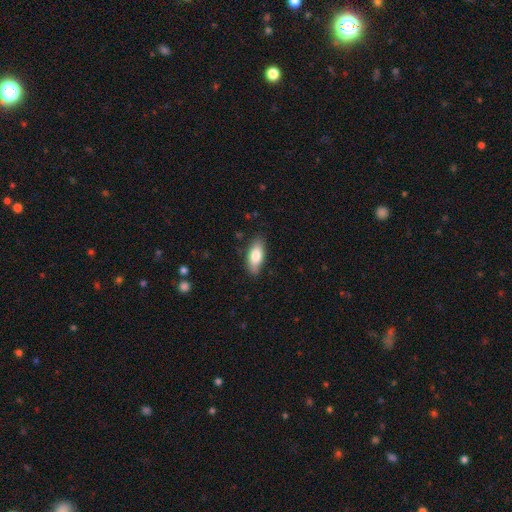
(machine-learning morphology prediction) smooth-or-featured: smooth: 78% | featured or disk: 15% | star or artifact: 6%
  how-rounded: in between: 82% | cigar-shaped: 15% | round: 3%
  merging: none: 82% | minor disturbance: 14% | major disturbance: 3% | merger: 1%